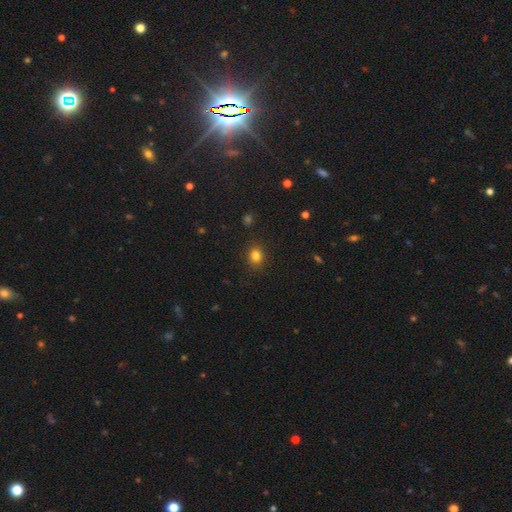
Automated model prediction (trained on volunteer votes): A smooth galaxy with no disk features (82%) that is round (60%).

Vote fractions:
- Smooth or featured? smooth: 82% / star or artifact: 13% / featured or disk: 6%
- How rounded? round: 60% / in between: 39% / cigar-shaped: 1%
- Merging? none: 88% / minor disturbance: 8% / major disturbance: 2% / merger: 1%